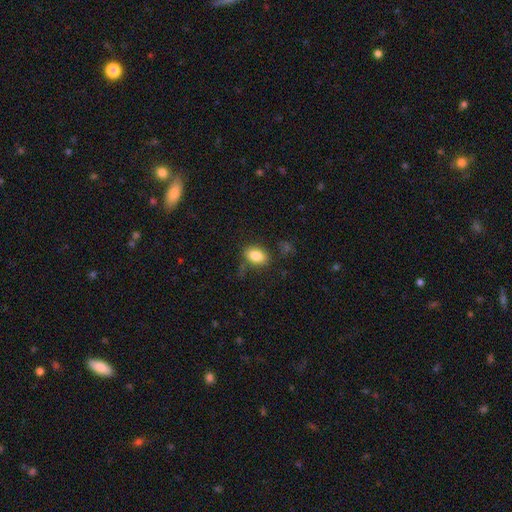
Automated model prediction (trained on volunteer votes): Smooth or featured?
  - smooth: 83% *
  - star or artifact: 9%
  - featured or disk: 8%
How rounded?
  - in between: 83% *
  - round: 16%
  - cigar-shaped: 2%
Merging?
  - none: 76% *
  - minor disturbance: 15%
  - major disturbance: 5%
  - merger: 3%